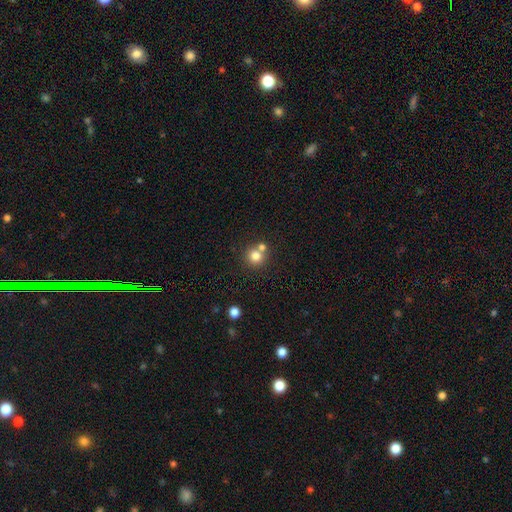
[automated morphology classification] type=smooth (79%); roundness=round (92%); merging=none (62%).